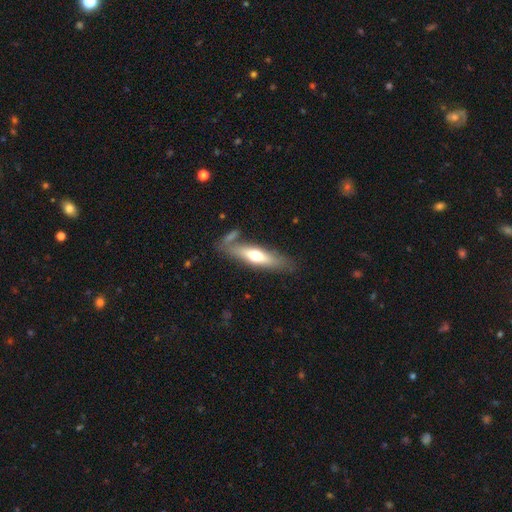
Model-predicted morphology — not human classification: A smooth galaxy with no disk features (52%) that is cigar-shaped (68%).

Vote fractions:
- Smooth or featured? smooth: 52% / featured or disk: 42% / star or artifact: 6%
- How rounded? cigar-shaped: 68% / in between: 30% / round: 2%
- Merging? none: 71% / minor disturbance: 14% / merger: 10% / major disturbance: 5%